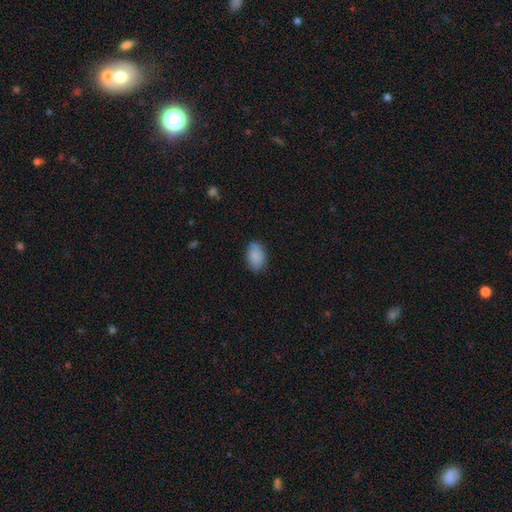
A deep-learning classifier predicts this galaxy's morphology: This appears to be a smooth galaxy with no disk features (87%) that is in between round and cigar-shaped (89%). Merging: none (78%).